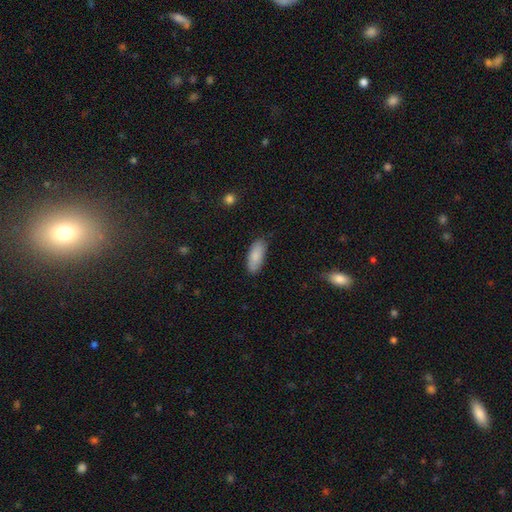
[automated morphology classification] Smooth or featured: smooth — 86% (featured or disk — 8%)
How rounded: in between — 82% (cigar-shaped — 16%)
Merging: none — 80% (minor disturbance — 16%)